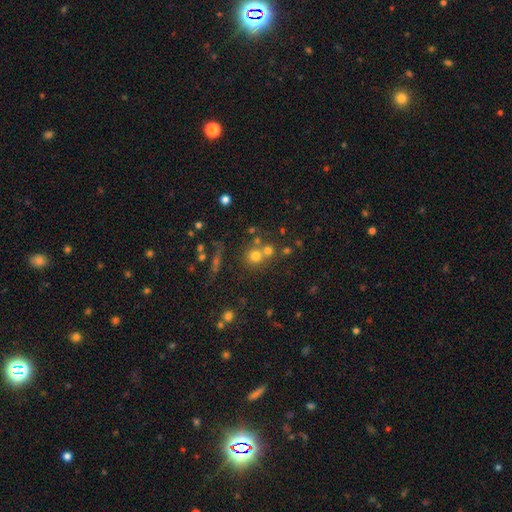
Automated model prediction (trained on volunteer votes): Overall: smooth (67%). How rounded: round (89%). Merging: none (53%; merger 36%).